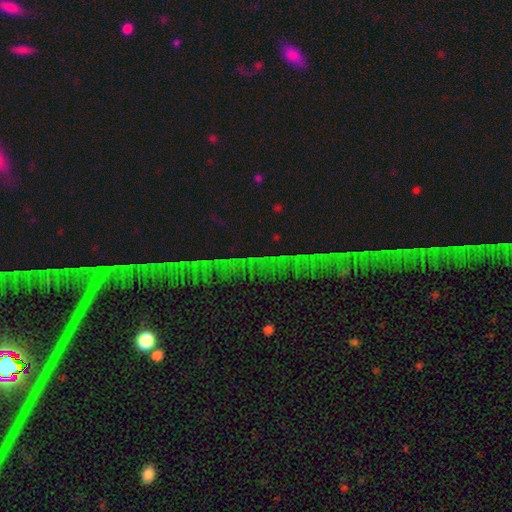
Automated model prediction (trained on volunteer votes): This appears to be a star or artifact, not a galaxy (75%).